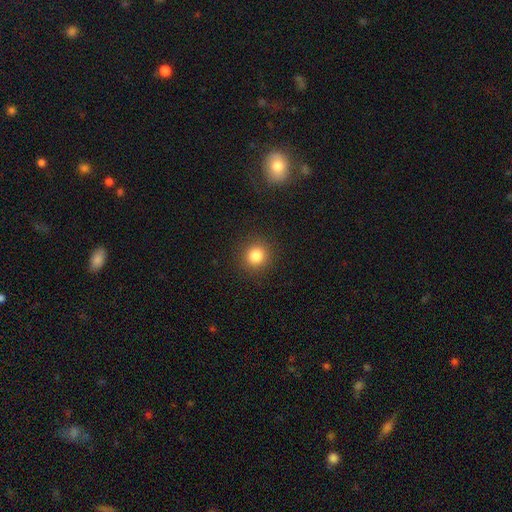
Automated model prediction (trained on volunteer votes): Smooth or featured: smooth — 83% (star or artifact — 11%)
How rounded: round — 90% (in between — 9%)
Merging: none — 90% (minor disturbance — 6%)